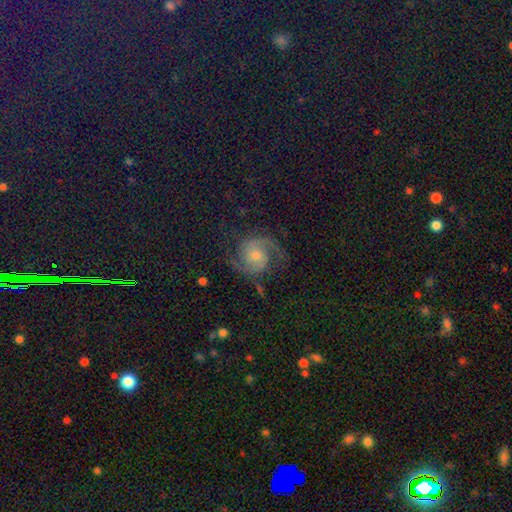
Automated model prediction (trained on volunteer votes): This is clearly a featured or disk galaxy (85%). It is clearly not viewed edge-on (98%). Bar: likely no (68%). Spiral arm pattern: clearly yes (98%). Spiral arm count: clearly 2 (93%). Spiral winding: possibly medium (56%). Central bulge: possibly small (47%). Merging: clearly none (81%).